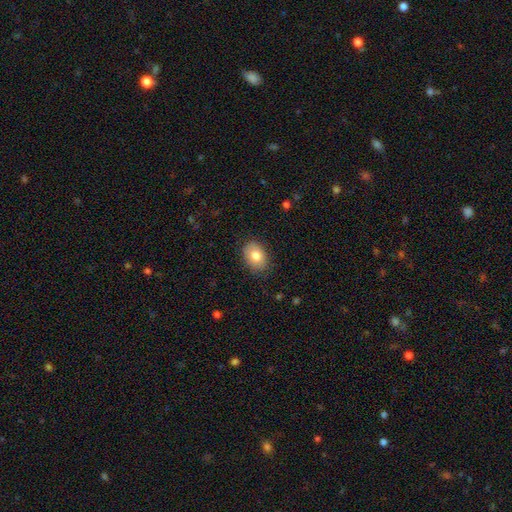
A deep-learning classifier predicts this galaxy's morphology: Overall: smooth (80%). How rounded: in between (76%). Merging: none (85%).